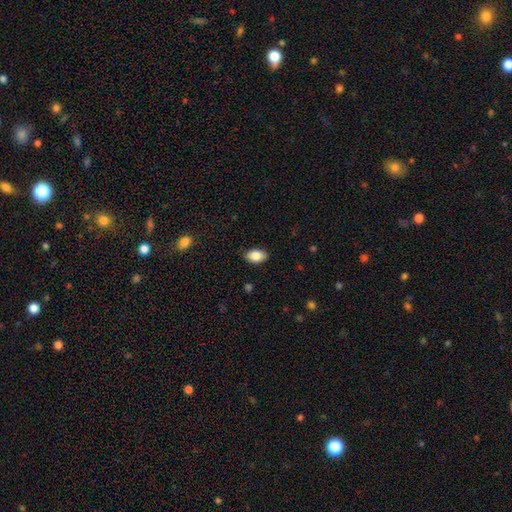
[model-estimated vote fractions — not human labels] Smooth or featured? Predicted: smooth (p=0.87). How rounded? Predicted: in between (p=0.91). Merging? Predicted: none (p=0.87).